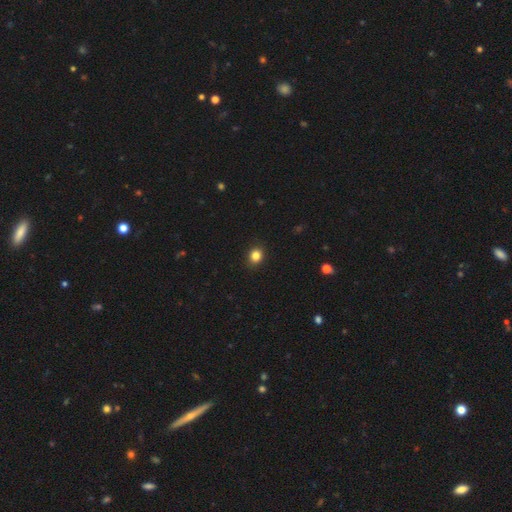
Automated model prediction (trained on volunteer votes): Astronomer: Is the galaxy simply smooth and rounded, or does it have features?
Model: smooth — 84%.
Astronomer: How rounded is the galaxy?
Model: round — 71%.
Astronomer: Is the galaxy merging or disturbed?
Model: none — 91%.